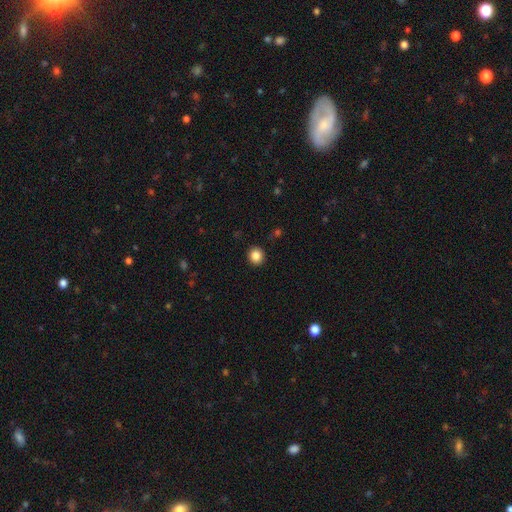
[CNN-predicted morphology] Smooth or featured: smooth — 85% (star or artifact — 11%)
How rounded: round — 87% (in between — 12%)
Merging: none — 91% (minor disturbance — 6%)